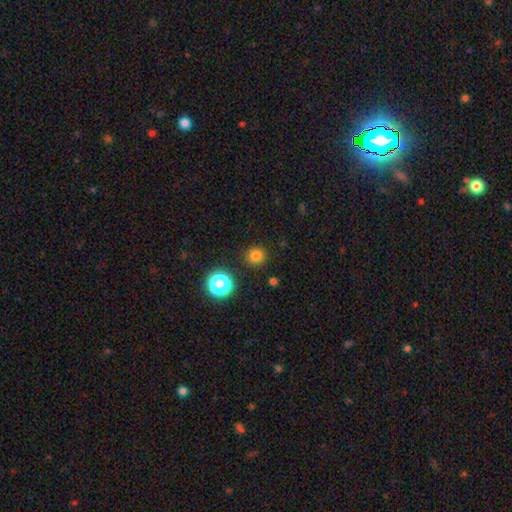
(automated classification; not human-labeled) Smooth or featured: smooth — 79% (star or artifact — 16%)
How rounded: round — 91% (in between — 8%)
Merging: none — 89% (minor disturbance — 7%)